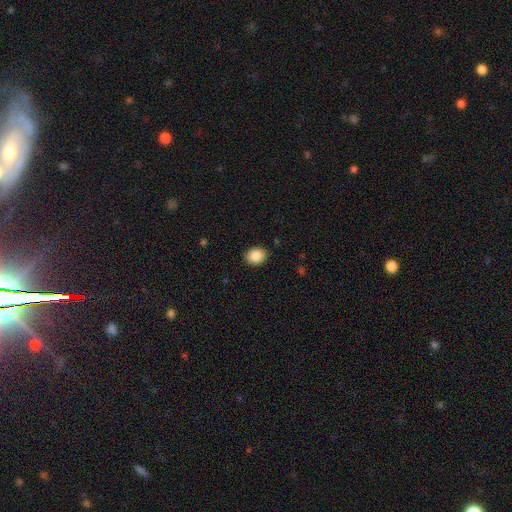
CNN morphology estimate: type=smooth (88%); roundness=in between (60%); merging=none (89%).